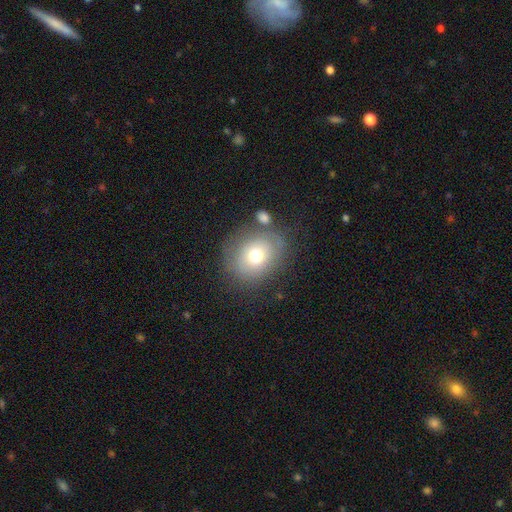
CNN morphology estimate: This appears to be a smooth galaxy with no disk features (67%) that is round (61%). Merging: none (68%).